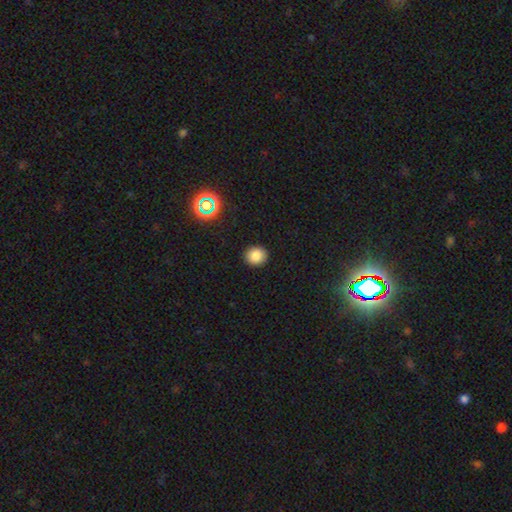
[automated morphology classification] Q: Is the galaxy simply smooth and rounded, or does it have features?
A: smooth — 82%.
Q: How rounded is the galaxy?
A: round — 85%.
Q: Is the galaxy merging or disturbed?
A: none — 91%.